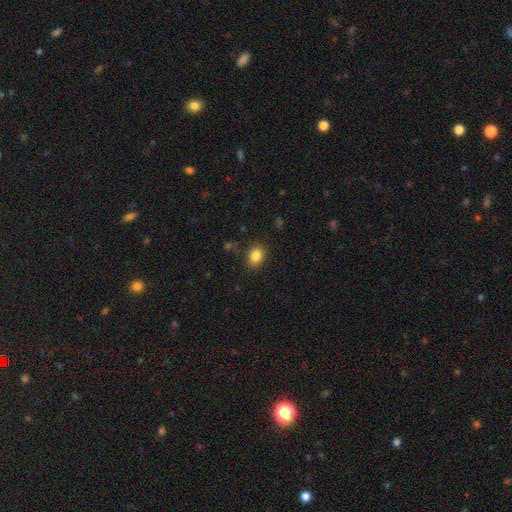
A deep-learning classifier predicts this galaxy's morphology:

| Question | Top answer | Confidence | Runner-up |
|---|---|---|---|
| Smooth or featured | smooth | 85% | star or artifact (10%) |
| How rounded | in between | 64% | round (35%) |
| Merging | none | 85% | minor disturbance (10%) |